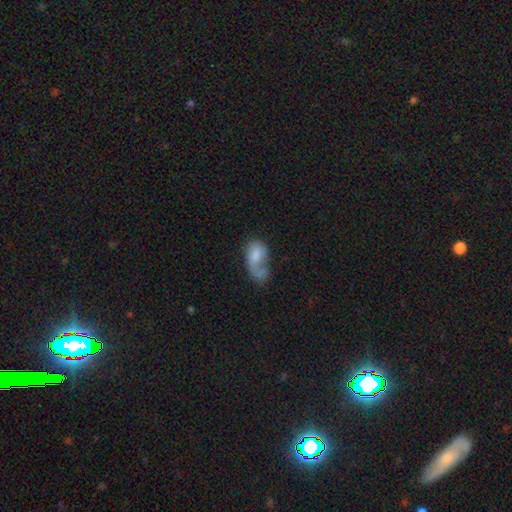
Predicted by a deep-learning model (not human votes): Smooth or featured?
  - smooth: 56% *
  - featured or disk: 35%
  - star or artifact: 9%
How rounded?
  - in between: 89% *
  - round: 9%
  - cigar-shaped: 3%
Merging?
  - major disturbance: 35% *
  - none: 26%
  - merger: 21%
  - minor disturbance: 18%